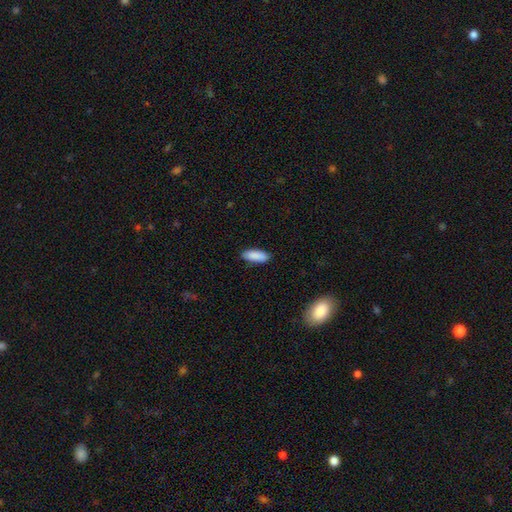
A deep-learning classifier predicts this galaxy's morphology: This appears to be a smooth galaxy with no disk features (90%) that is in between round and cigar-shaped (72%). Merging: none (87%).